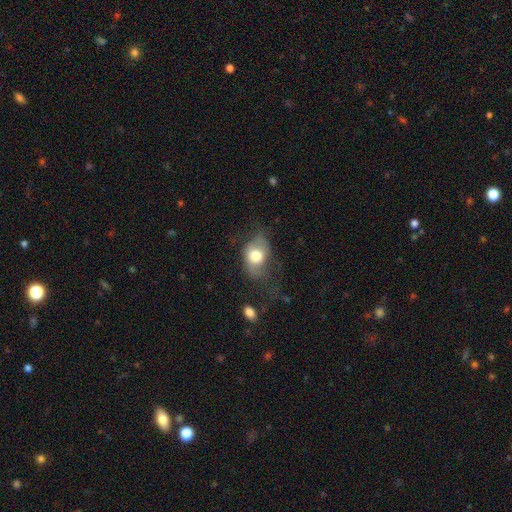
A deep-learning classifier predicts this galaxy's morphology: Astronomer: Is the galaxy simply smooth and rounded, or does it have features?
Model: smooth — 67%.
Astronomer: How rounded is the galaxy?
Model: in between — 70%.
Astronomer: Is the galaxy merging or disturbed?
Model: none — 39% (runner-up: major disturbance, 30%).